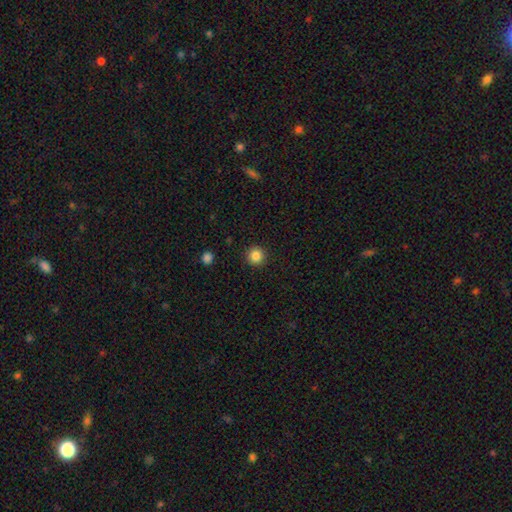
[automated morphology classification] smooth 85%, star or artifact 11%, featured or disk 4%. Down the decision tree: how rounded — round (95%); merging — none (92%).